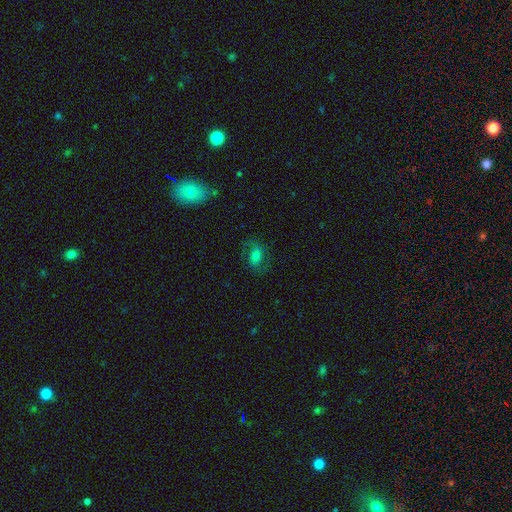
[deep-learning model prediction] Smooth or featured: smooth — 48% (featured or disk — 40%)
Merging: none — 72% (minor disturbance — 17%)